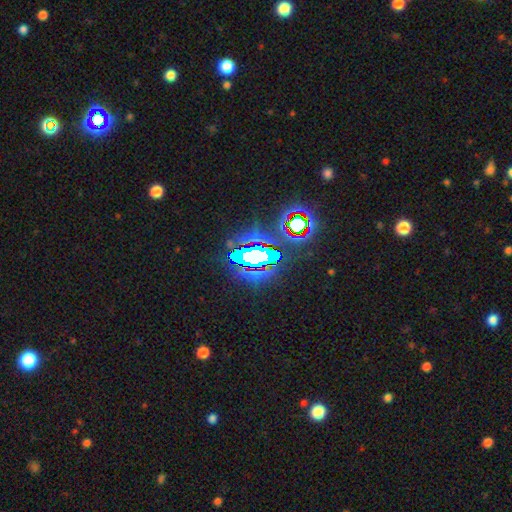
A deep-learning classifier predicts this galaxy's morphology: type=star or artifact (61%).